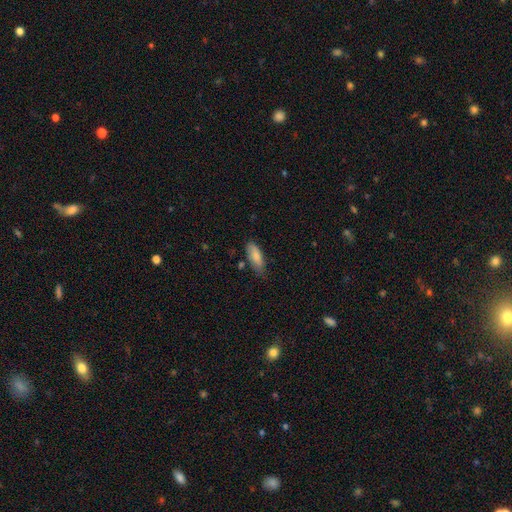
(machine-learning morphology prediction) smooth-or-featured: smooth: 83% | featured or disk: 11% | star or artifact: 6%
  how-rounded: in between: 70% | cigar-shaped: 28% | round: 2%
  merging: none: 71% | minor disturbance: 22% | merger: 4% | major disturbance: 4%